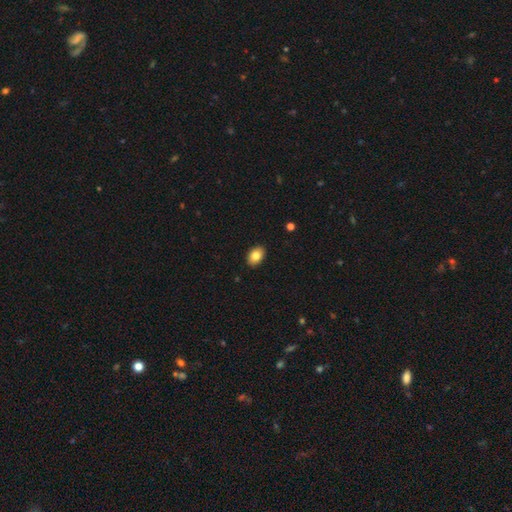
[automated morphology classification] smooth-or-featured: smooth: 83% | featured or disk: 9% | star or artifact: 8%
  how-rounded: in between: 84% | round: 14% | cigar-shaped: 1%
  merging: none: 90% | minor disturbance: 7% | major disturbance: 2% | merger: 1%